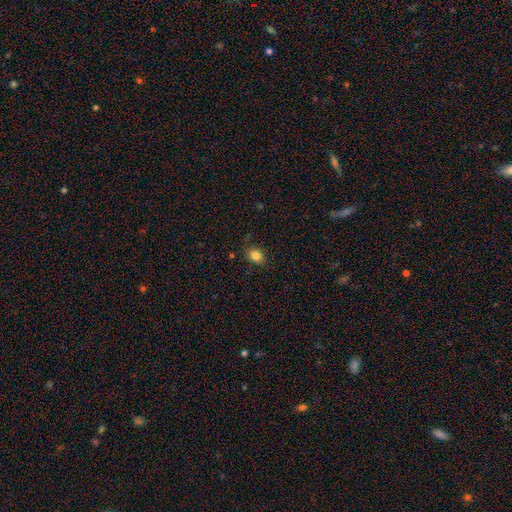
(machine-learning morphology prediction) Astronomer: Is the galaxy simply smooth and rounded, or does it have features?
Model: smooth — 83%.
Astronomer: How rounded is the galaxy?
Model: in between — 62% (runner-up: round, 37%).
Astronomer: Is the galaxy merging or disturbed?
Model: none — 84%.